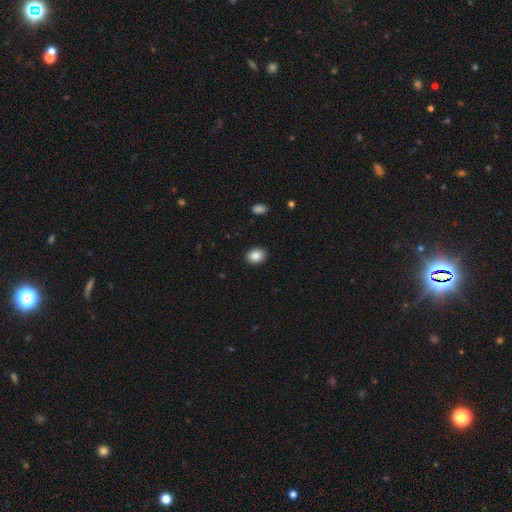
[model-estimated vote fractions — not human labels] Morphology: type=smooth (86%); roundness=in between (58%); merging=none (90%).